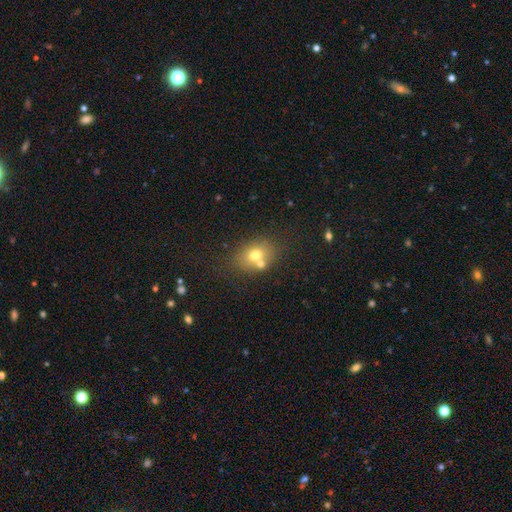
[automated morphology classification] This is likely a smooth galaxy (67%). How rounded: likely in between (60%). Merging: possibly none (53%).